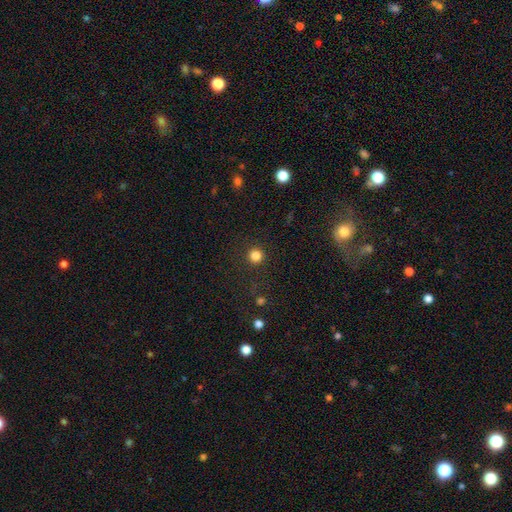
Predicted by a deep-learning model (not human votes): smooth_or_featured: smooth (p=0.83) [alt: star or artifact p=0.13]
how_rounded: round (p=0.95) [alt: in between p=0.04]
merging: none (p=0.91) [alt: minor disturbance p=0.05]